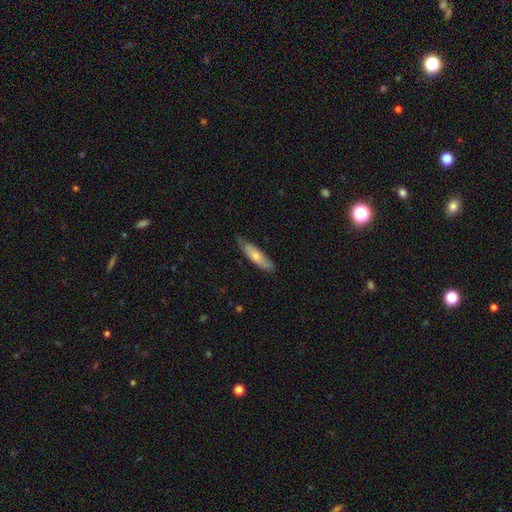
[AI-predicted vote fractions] A smooth galaxy with no disk features (67%) that is cigar-shaped (64%). Merging: none (66%).